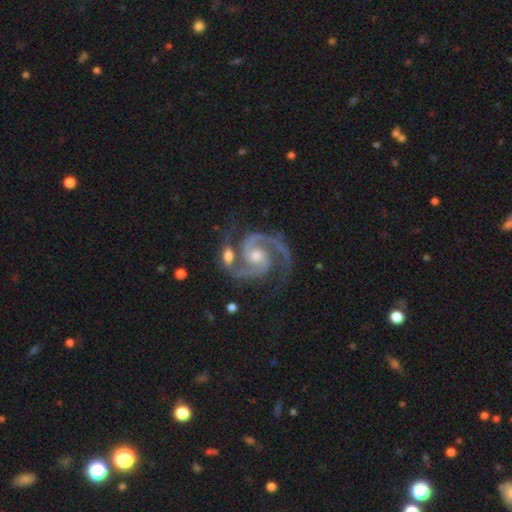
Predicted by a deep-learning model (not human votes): Smooth or featured: featured or disk — 94% (star or artifact — 4%)
Edge-on disk: no — 98% (yes — 2%)
Bar: no — 56% (weak — 33%)
Spiral arms: yes — 99% (no — 1%)
Spiral winding: medium — 58% (tight — 35%)
Spiral arm count: 2 — 92% (3 — 3%)
Bulge size: moderate — 57% (small — 36%)
Merging: none — 64% (minor disturbance — 16%)